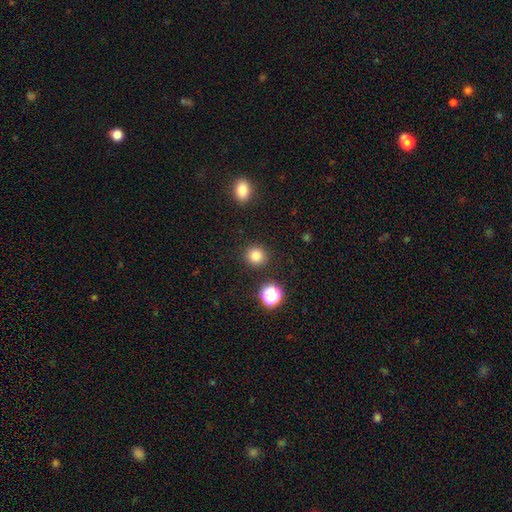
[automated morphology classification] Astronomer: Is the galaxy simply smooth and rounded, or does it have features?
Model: smooth — 82%.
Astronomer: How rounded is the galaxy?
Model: round — 90%.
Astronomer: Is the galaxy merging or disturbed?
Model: none — 89%.